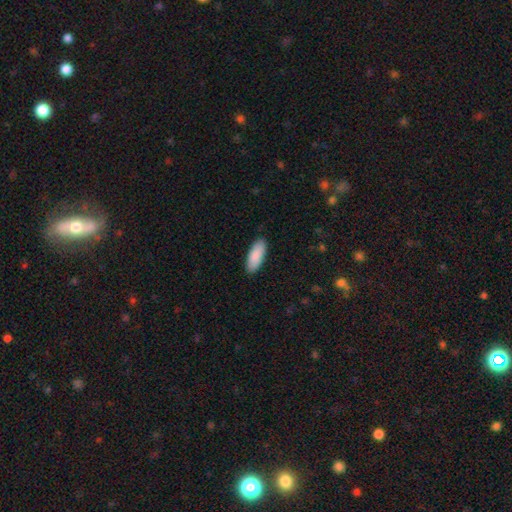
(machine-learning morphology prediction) The model was most divided on "how rounded": in between: 80%, cigar-shaped: 19%, round: 2%. More confident: smooth or featured — smooth (89%); merging — none (88%).